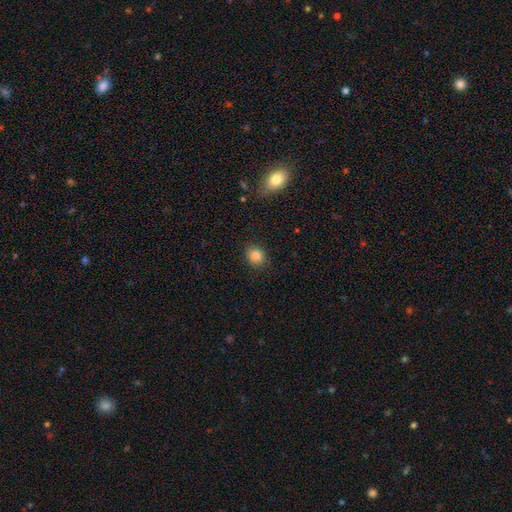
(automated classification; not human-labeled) Morphology: type=smooth (84%); roundness=round (71%); merging=none (87%).